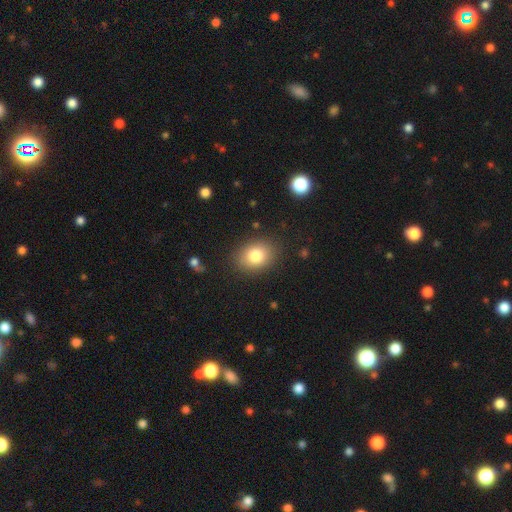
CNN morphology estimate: type=smooth (81%); roundness=in between (60%); merging=none (86%).